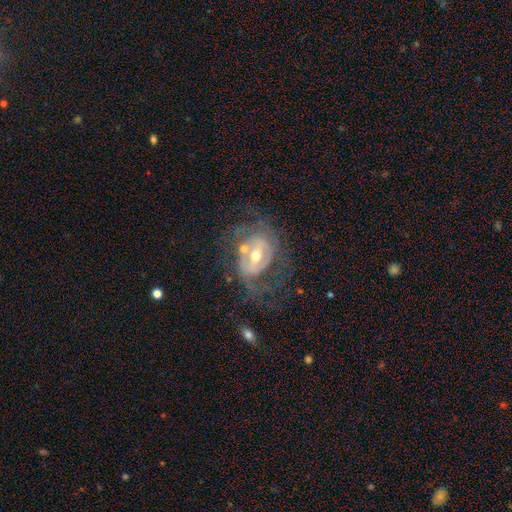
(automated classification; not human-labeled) smooth_or_featured: featured or disk (p=0.81) [alt: smooth p=0.12]
disk_edge_on: no (p=0.95) [alt: yes p=0.05]
bar: weak (p=0.40) [alt: strong p=0.36]
has_spiral_arms: yes (p=0.73) [alt: no p=0.27]
spiral_winding: tight (p=0.40) [alt: medium p=0.38]
spiral_arm_count: 2 (p=0.48) [alt: can't tell p=0.32]
bulge_size: moderate (p=0.64) [alt: small p=0.29]
merging: none (p=0.47) [alt: major disturbance p=0.27]